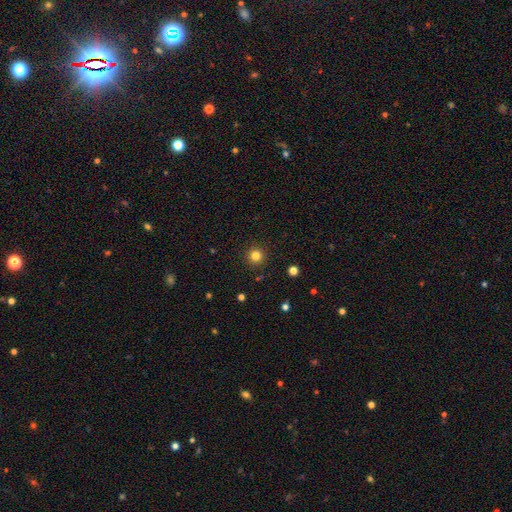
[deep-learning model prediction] Morphology: type=smooth (81%); roundness=round (95%); merging=none (91%).